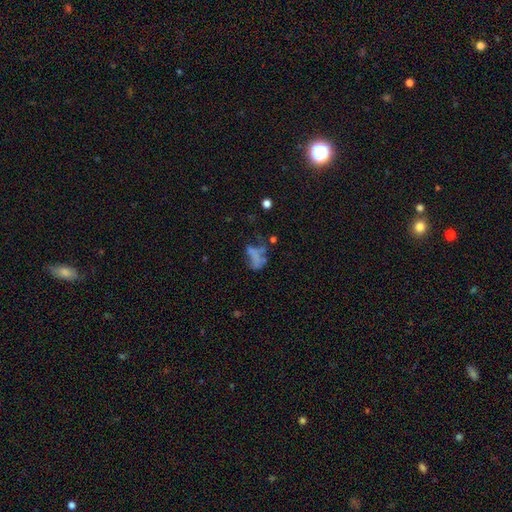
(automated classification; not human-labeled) Smooth or featured: smooth — 45% (featured or disk — 36%)
Merging: major disturbance — 38% (none — 27%)